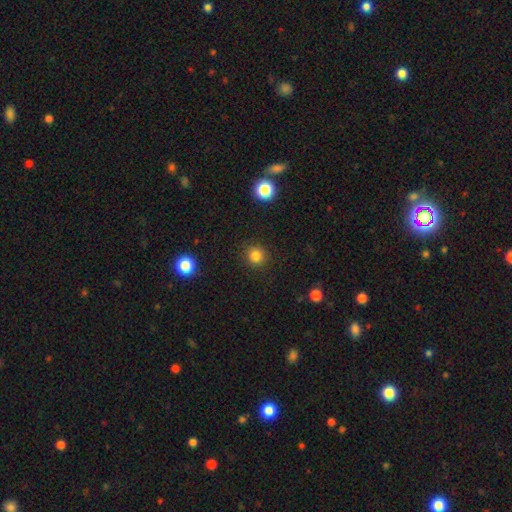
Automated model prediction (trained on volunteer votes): A smooth galaxy with no disk features (83%) that is round (93%). Merging: none (91%).